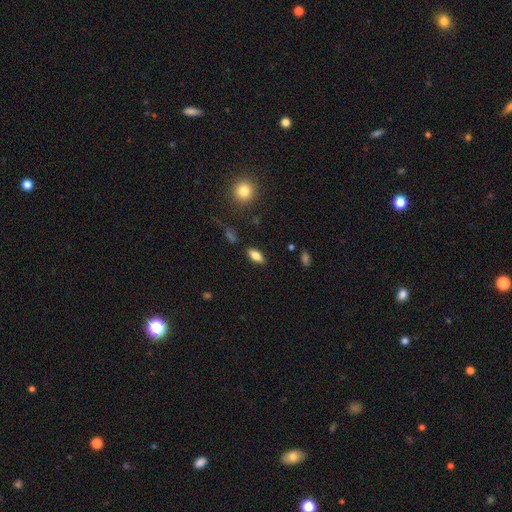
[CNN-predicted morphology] A smooth galaxy with no disk features (74%) that is in between round and cigar-shaped (84%).

Vote fractions:
- Smooth or featured? smooth: 74% / featured or disk: 17% / star or artifact: 9%
- How rounded? in between: 84% / cigar-shaped: 13% / round: 3%
- Merging? none: 86% / minor disturbance: 10% / major disturbance: 3% / merger: 2%